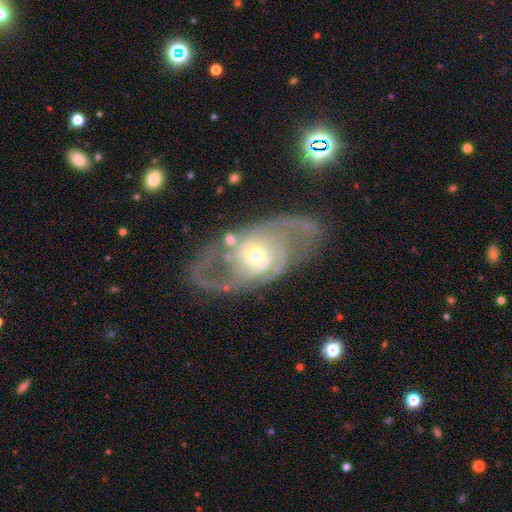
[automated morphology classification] The model was most divided on "bulge size" (2-way tie): moderate: 47%, small: 47%, large: 4%, none: 1%, dominant: 1%. Remaining: edge-on disk — no (95%); spiral arms — yes (92%); smooth or featured — featured or disk (86%); merging — none (64%); spiral arm count — 2 (60%); bar — no (55%); spiral winding — medium (43%).